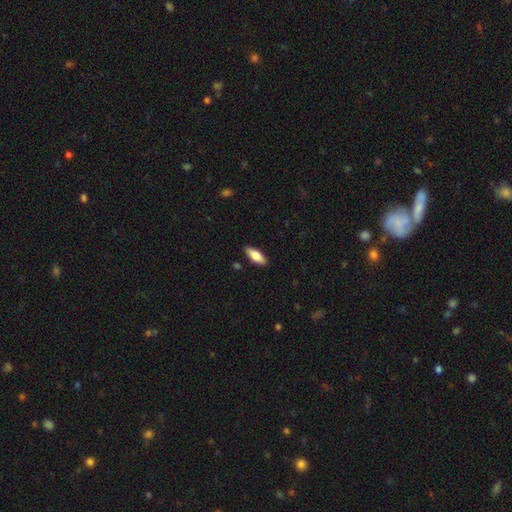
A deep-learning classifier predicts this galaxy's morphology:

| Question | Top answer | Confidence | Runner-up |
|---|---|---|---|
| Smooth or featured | smooth | 75% | featured or disk (20%) |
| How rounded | in between | 72% | cigar-shaped (26%) |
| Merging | none | 89% | minor disturbance (8%) |